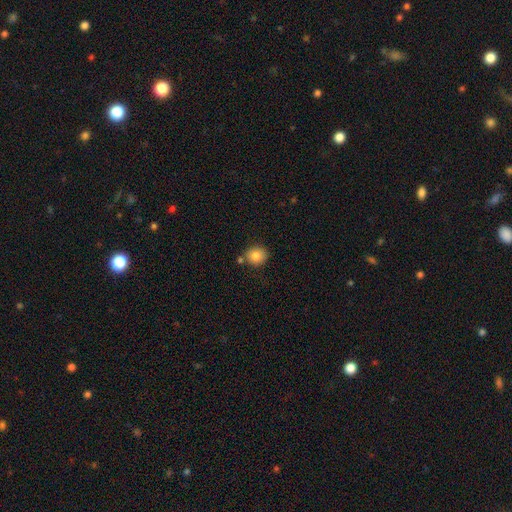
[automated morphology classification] smooth_or_featured: smooth (p=0.84) [alt: star or artifact p=0.09]
how_rounded: round (p=0.80) [alt: in between p=0.19]
merging: none (p=0.75) [alt: minor disturbance p=0.12]